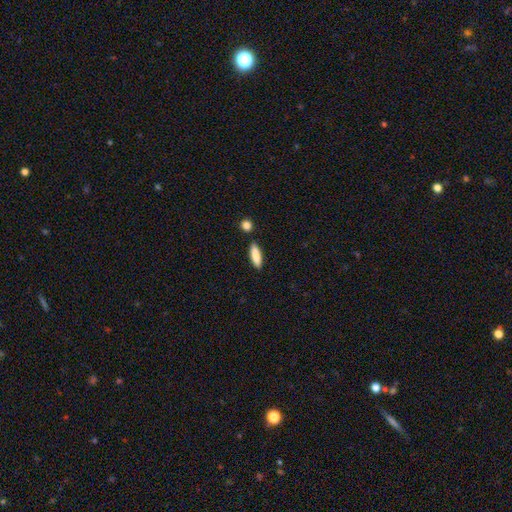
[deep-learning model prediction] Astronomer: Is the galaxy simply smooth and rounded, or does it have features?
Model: smooth — 86%.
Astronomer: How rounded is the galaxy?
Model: cigar-shaped — 57% (runner-up: in between, 41%).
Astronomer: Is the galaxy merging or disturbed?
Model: none — 84%.